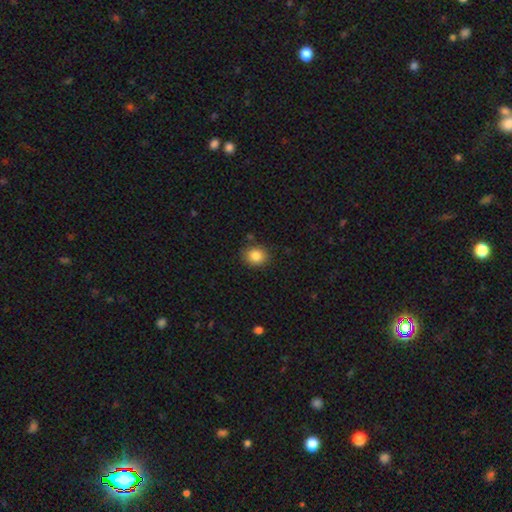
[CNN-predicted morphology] Q: Smooth or featured?
A: smooth (85%); runner-up: star or artifact (9%)
Q: How rounded?
A: round (63%); runner-up: in between (36%)
Q: Merging?
A: none (86%); runner-up: minor disturbance (10%)